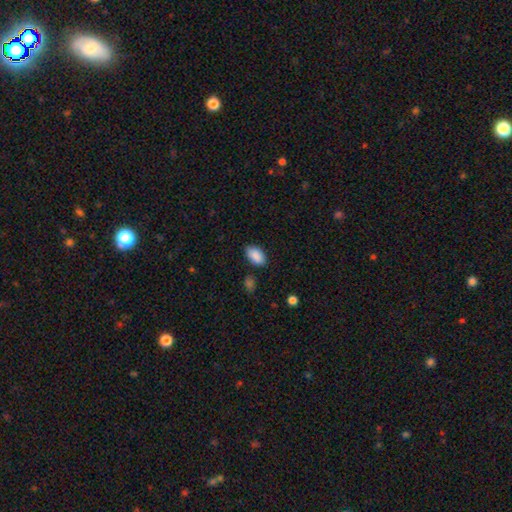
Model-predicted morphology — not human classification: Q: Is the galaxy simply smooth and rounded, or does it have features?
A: smooth — 89%.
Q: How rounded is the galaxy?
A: in between — 93%.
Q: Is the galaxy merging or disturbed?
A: none — 82%.